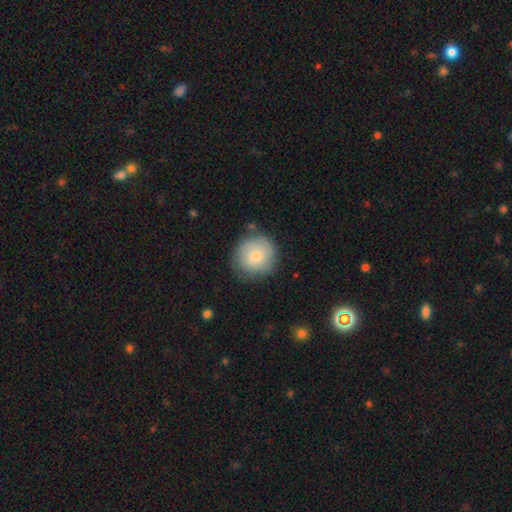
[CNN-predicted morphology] A smooth galaxy with no disk features (62%) that is round (89%).

Vote fractions:
- Smooth or featured? smooth: 62% / featured or disk: 31% / star or artifact: 7%
- How rounded? round: 89% / in between: 10% / cigar-shaped: 1%
- Merging? none: 75% / minor disturbance: 17% / major disturbance: 6% / merger: 2%